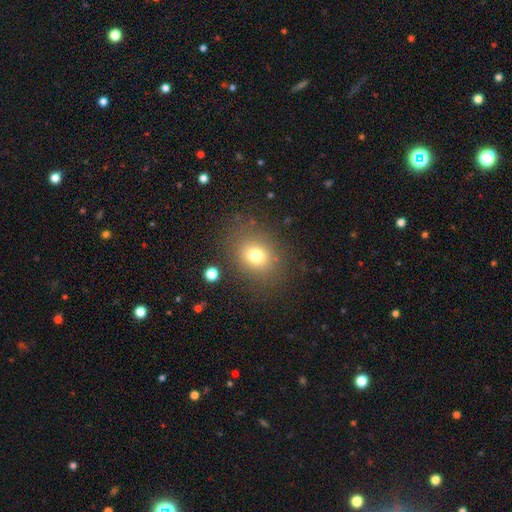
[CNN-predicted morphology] type=smooth (75%); roundness=round (57%); merging=none (80%).